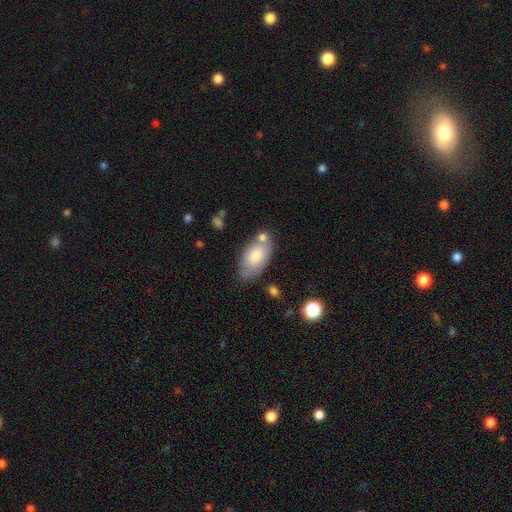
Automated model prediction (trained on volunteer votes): Smooth or featured: smooth — 78% (featured or disk — 16%)
How rounded: in between — 94% (round — 3%)
Merging: none — 63% (minor disturbance — 18%)